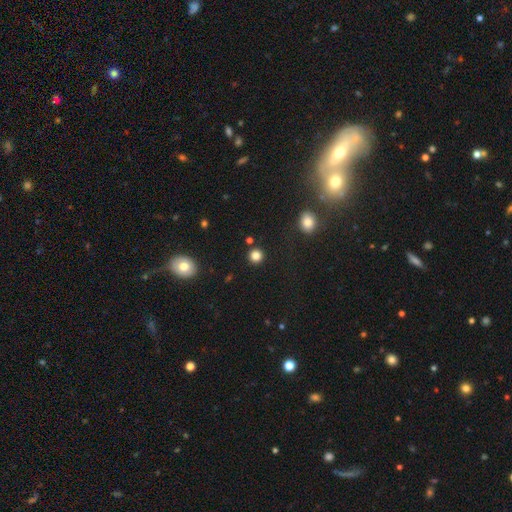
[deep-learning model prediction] Morphology: type=smooth (83%); roundness=round (94%); merging=none (90%).